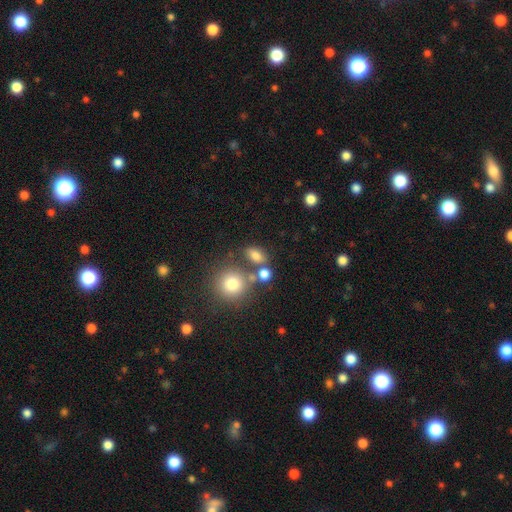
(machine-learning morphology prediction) A smooth galaxy with no disk features (77%) that is in between round and cigar-shaped (70%). Merging: none (63%).